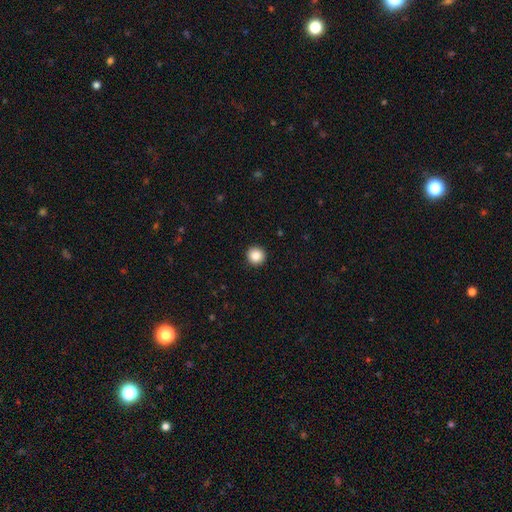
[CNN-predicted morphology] A smooth galaxy with no disk features (87%) that is round (95%). Merging: none (93%).